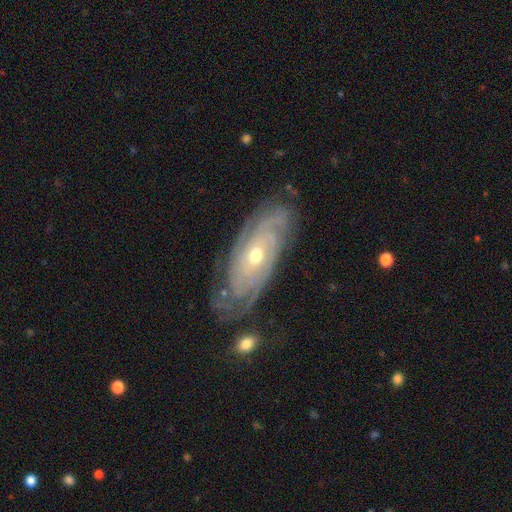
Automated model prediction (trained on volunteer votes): Q: Smooth or featured?
A: featured or disk (86%); runner-up: smooth (8%)
Q: Edge-on disk?
A: no (91%); runner-up: yes (9%)
Q: Bar?
A: no (74%); runner-up: weak (20%)
Q: Spiral arms?
A: yes (95%); runner-up: no (5%)
Q: Spiral winding?
A: tight (76%); runner-up: medium (19%)
Q: Spiral arm count?
A: can't tell (32%); runner-up: 3 (22%)
Q: Bulge size?
A: moderate (52%); runner-up: small (44%)
Q: Merging?
A: none (72%); runner-up: minor disturbance (19%)